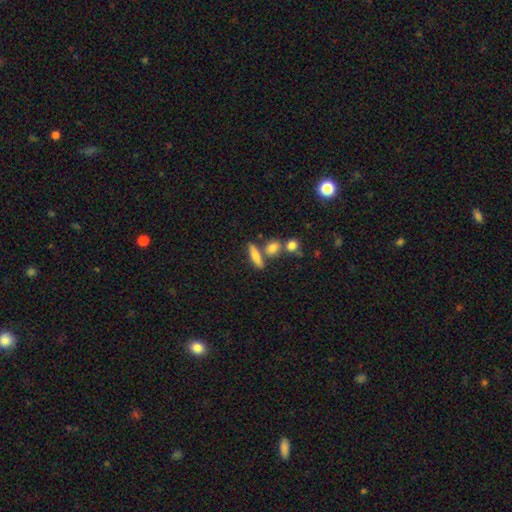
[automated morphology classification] The model was most divided on "how rounded": cigar-shaped: 59%, in between: 34%, round: 7%. More confident: smooth or featured — smooth (68%); merging — none (65%).